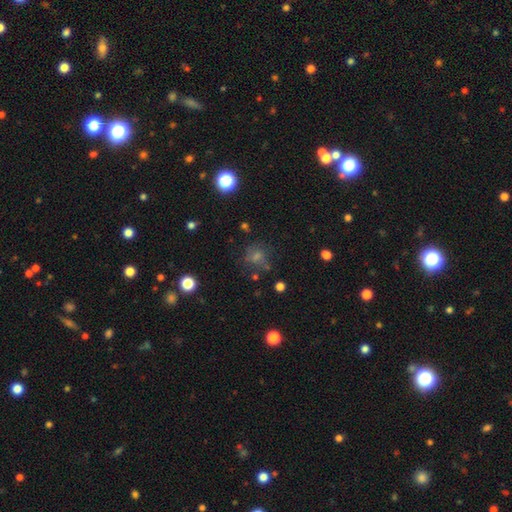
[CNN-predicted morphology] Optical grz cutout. It shows a smooth galaxy with no disk features (45%). Merging: none (69%).